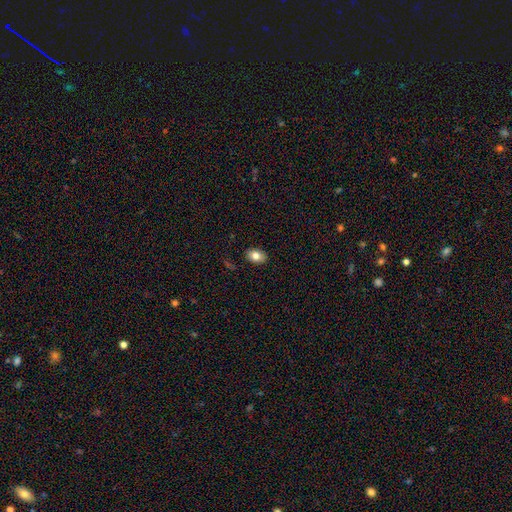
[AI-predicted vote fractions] smooth 80%, featured or disk 12%, star or artifact 8%. Down the decision tree: how rounded — in between (83%); merging — none (88%).